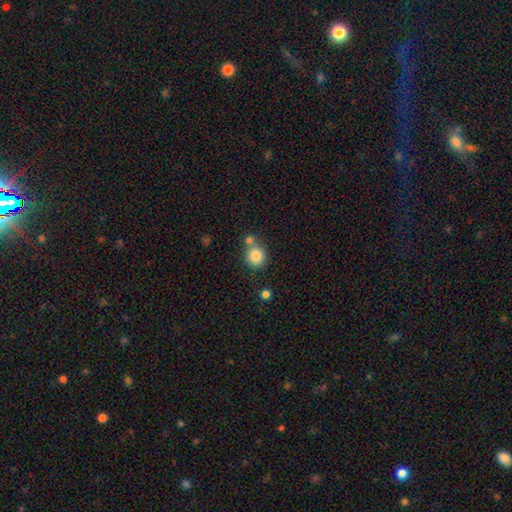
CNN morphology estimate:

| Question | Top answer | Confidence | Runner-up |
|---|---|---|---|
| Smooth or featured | smooth | 84% | star or artifact (10%) |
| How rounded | round | 88% | in between (11%) |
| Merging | none | 63% | merger (24%) |